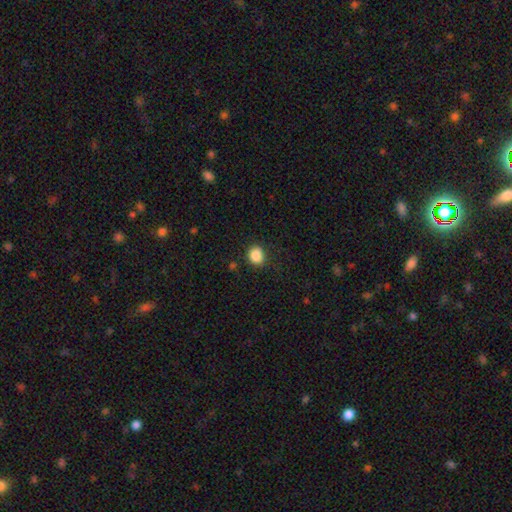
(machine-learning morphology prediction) The model was most divided on "how rounded": round: 71%, in between: 28%, cigar-shaped: 1%. More confident: smooth or featured — smooth (86%); merging — none (84%).